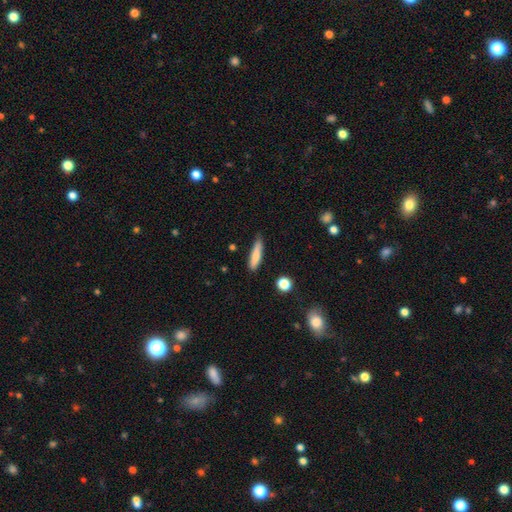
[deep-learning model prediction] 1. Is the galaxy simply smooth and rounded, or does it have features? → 79% smooth, 14% featured or disk, 7% star or artifact.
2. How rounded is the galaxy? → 79% cigar-shaped, 19% in between, 2% round.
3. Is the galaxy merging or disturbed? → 74% none, 21% minor disturbance, 3% major disturbance, 2% merger.